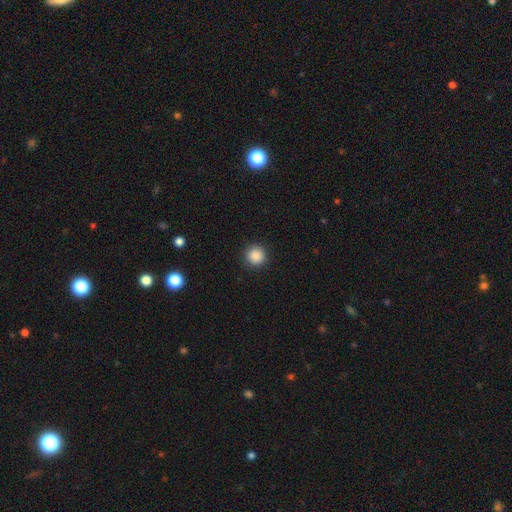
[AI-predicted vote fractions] This appears to be a smooth galaxy with no disk features (87%) that is round (95%). Merging: none (91%).